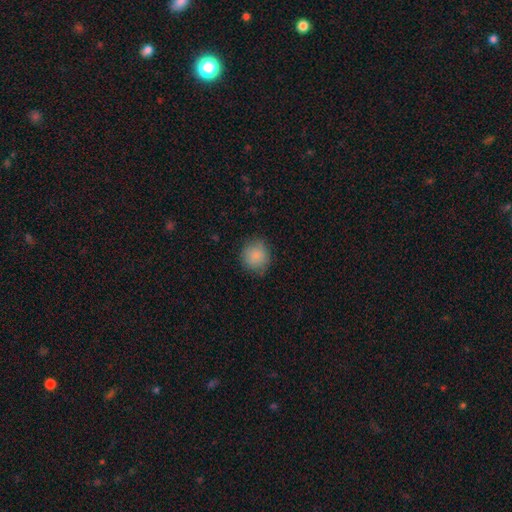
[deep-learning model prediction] smooth 87%, star or artifact 8%, featured or disk 5%. Down the decision tree: how rounded — round (87%); merging — none (81%).